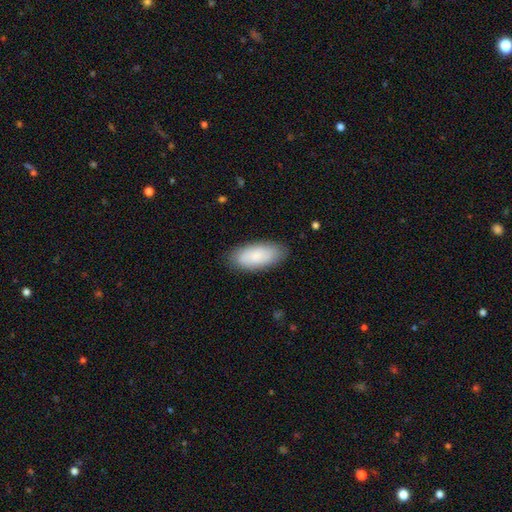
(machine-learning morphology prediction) Smooth or featured: smooth — 83% (featured or disk — 11%)
How rounded: in between — 88% (cigar-shaped — 10%)
Merging: none — 85% (minor disturbance — 12%)